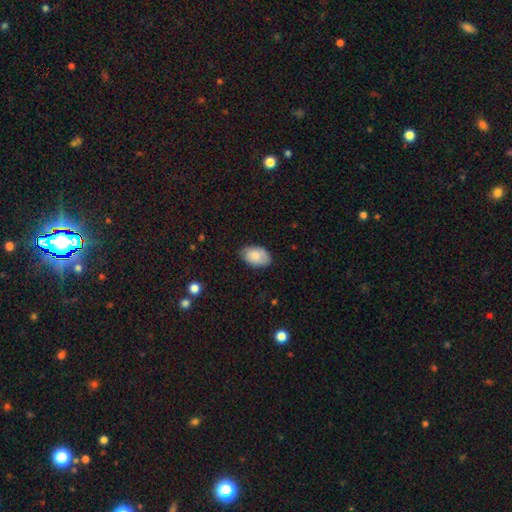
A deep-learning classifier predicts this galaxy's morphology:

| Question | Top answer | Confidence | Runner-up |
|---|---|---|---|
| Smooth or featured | smooth | 79% | featured or disk (15%) |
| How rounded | in between | 90% | round (9%) |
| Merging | none | 78% | minor disturbance (18%) |